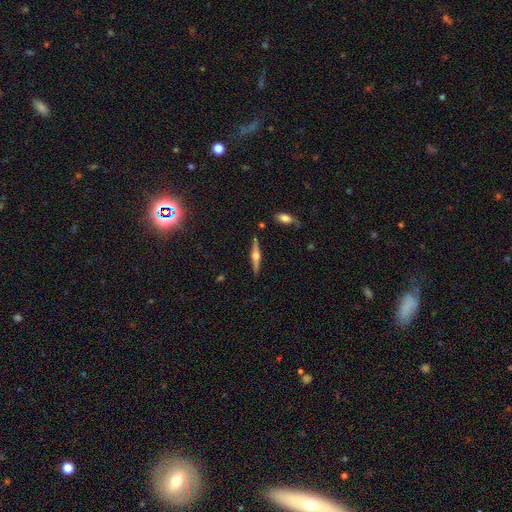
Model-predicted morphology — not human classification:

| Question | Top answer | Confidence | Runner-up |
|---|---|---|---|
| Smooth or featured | featured or disk | 79% | smooth (15%) |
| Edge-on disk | yes | 98% | no (2%) |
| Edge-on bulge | rounded | 93% | boxy (5%) |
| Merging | none | 88% | minor disturbance (8%) |